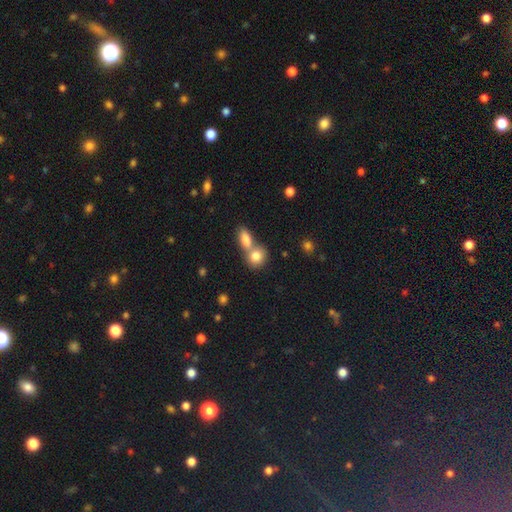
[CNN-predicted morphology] This is clearly a smooth galaxy (81%). How rounded: possibly round (59%). Merging: possibly merger (58%).